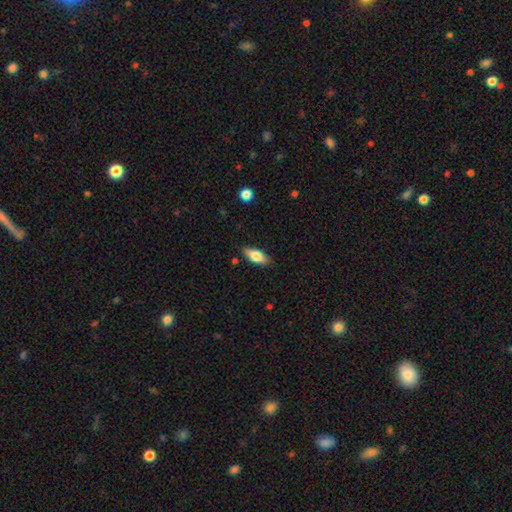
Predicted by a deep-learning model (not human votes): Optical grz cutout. It shows a smooth galaxy with no disk features (75%) that is in between round and cigar-shaped (80%). Merging: none (85%).